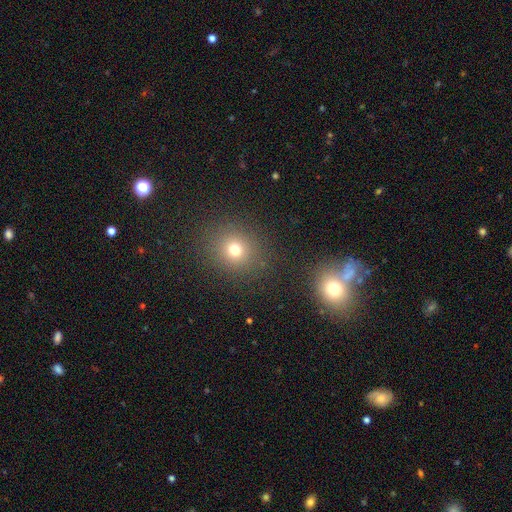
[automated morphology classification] A smooth galaxy with no disk features (55%) that is round (83%).

Vote fractions:
- Smooth or featured? smooth: 55% / star or artifact: 35% / featured or disk: 10%
- How rounded? round: 83% / in between: 16% / cigar-shaped: 1%
- Merging? none: 80% / merger: 10% / minor disturbance: 7% / major disturbance: 3%